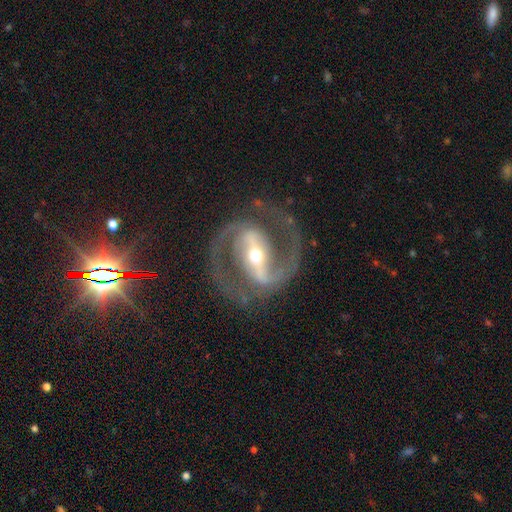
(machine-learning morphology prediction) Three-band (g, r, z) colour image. It shows a featured or disk galaxy (92%) with a strong bar (71%), 2 (94%) medium (63%) spiral arms (96%) and a moderate central bulge (57%). Merging: none (81%).